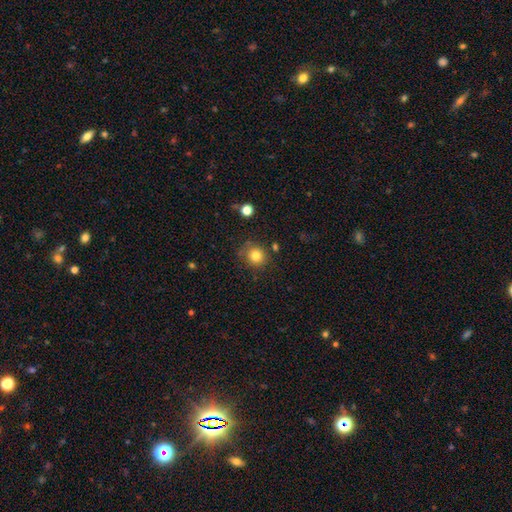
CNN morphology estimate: A smooth galaxy with no disk features (81%) that is round (86%). Merging: none (78%).